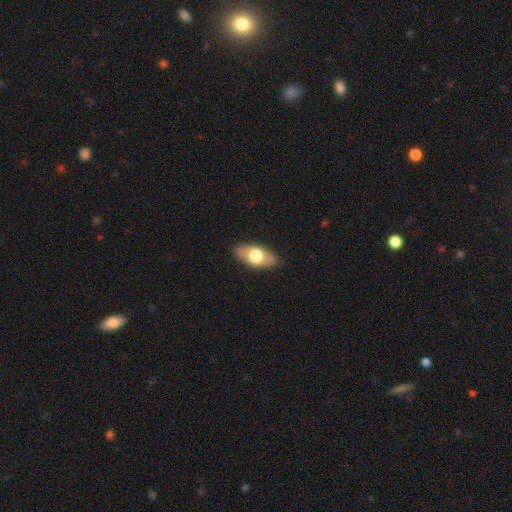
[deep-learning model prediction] smooth-or-featured: smooth: 66% | featured or disk: 28% | star or artifact: 6%
  how-rounded: in between: 89% | cigar-shaped: 8% | round: 4%
  merging: none: 86% | minor disturbance: 10% | major disturbance: 2% | merger: 1%